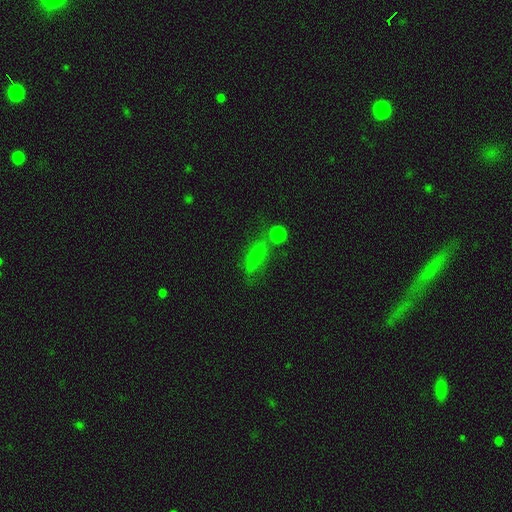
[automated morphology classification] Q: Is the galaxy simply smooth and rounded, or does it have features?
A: smooth — 71%.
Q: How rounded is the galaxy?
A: cigar-shaped — 62%.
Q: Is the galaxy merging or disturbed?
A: none — 58%.